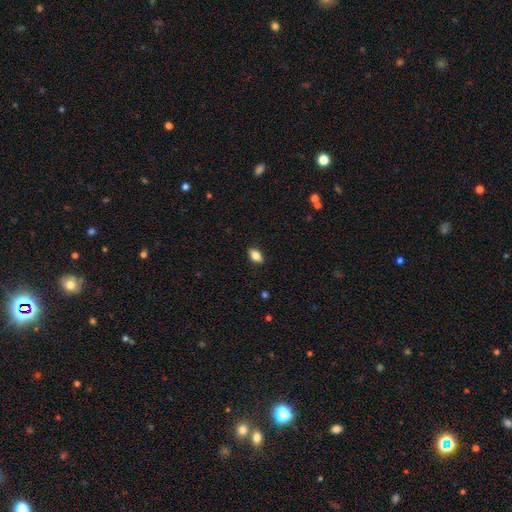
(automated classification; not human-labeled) This is clearly a smooth galaxy (81%). How rounded: clearly in between (89%). Merging: clearly none (89%).